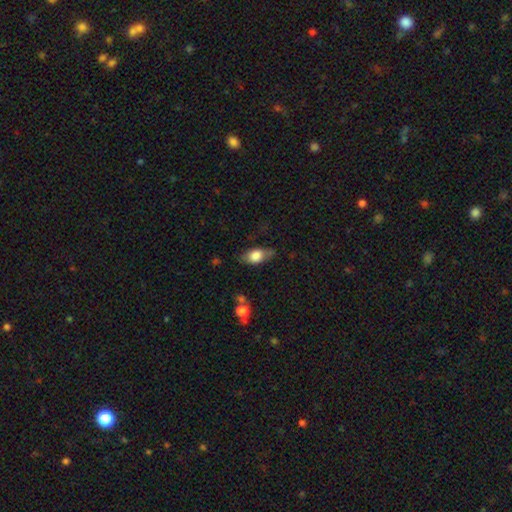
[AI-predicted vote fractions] smooth-or-featured: smooth: 72% | featured or disk: 20% | star or artifact: 8%
  how-rounded: in between: 83% | round: 10% | cigar-shaped: 7%
  merging: none: 64% | minor disturbance: 25% | major disturbance: 9% | merger: 2%